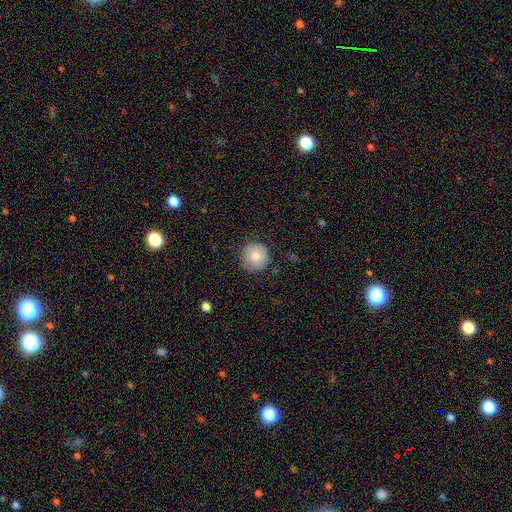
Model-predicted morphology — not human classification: A smooth galaxy with no disk features (84%) that is round (95%).

Vote fractions:
- Smooth or featured? smooth: 84% / featured or disk: 9% / star or artifact: 8%
- How rounded? round: 95% / in between: 4% / cigar-shaped: 1%
- Merging? none: 87% / minor disturbance: 10% / major disturbance: 2% / merger: 1%